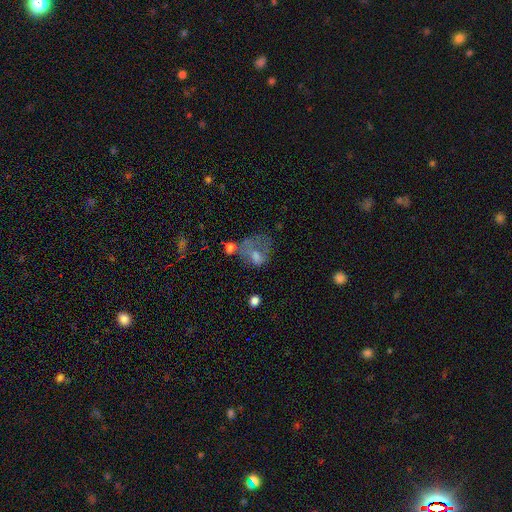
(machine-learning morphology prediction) type=smooth (46%); merging=major disturbance (41%).